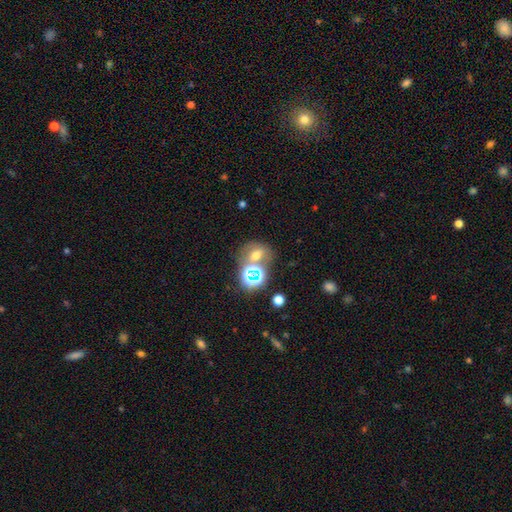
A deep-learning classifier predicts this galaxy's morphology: Q: Smooth or featured?
A: smooth (52%); runner-up: star or artifact (30%)
Q: How rounded?
A: round (50%); runner-up: in between (49%)
Q: Merging?
A: none (49%); runner-up: merger (32%)